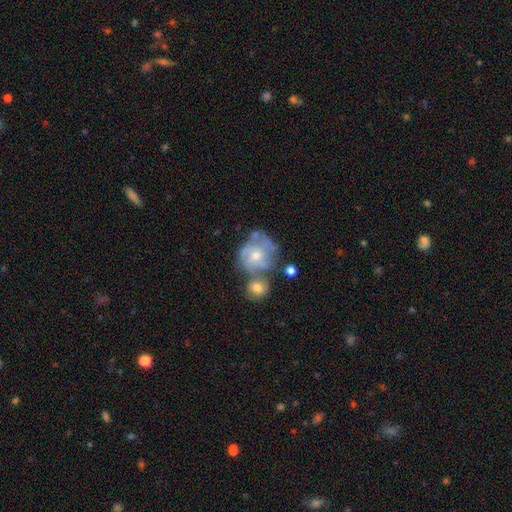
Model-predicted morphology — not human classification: smooth_or_featured: featured or disk (p=0.65) [alt: smooth p=0.25]
disk_edge_on: no (p=0.97) [alt: yes p=0.03]
bar: no (p=0.77) [alt: weak p=0.20]
has_spiral_arms: yes (p=0.69) [alt: no p=0.31]
bulge_size: moderate (p=0.53) [alt: small p=0.42]
merging: merger (p=0.37) [alt: none p=0.35]